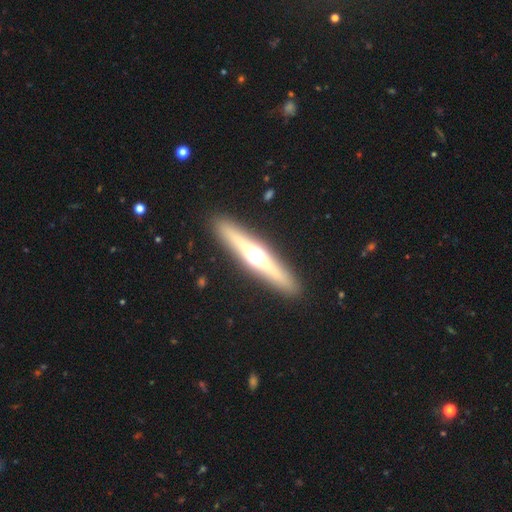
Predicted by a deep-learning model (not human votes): The model was most divided on "smooth or featured": featured or disk: 65%, smooth: 28%, star or artifact: 7%. More confident: edge-on disk — yes (94%); edge-on bulge — rounded (94%); merging — none (90%).